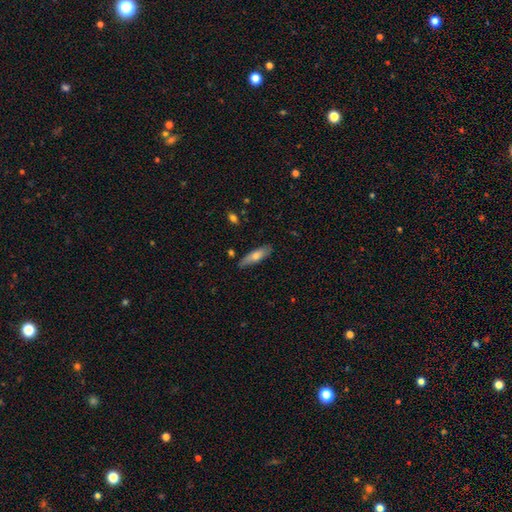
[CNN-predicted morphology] smooth 67%, featured or disk 27%, star or artifact 6%. Down the decision tree: how rounded — cigar-shaped (57%); merging — none (79%).